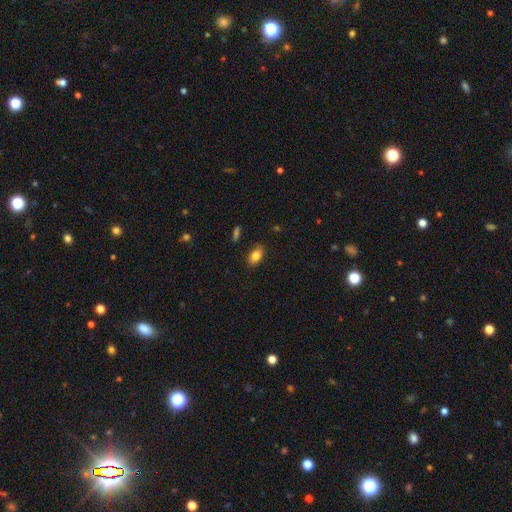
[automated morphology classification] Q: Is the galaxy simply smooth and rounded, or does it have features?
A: smooth — 82%.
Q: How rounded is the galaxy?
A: in between — 87%.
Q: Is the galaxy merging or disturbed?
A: none — 85%.